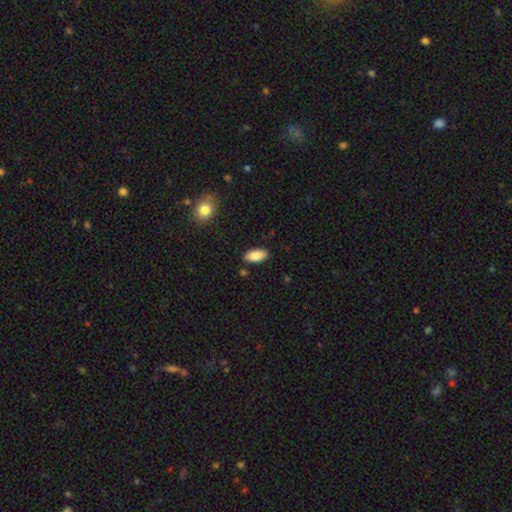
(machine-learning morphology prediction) The model was most divided on "merging": none: 87%, minor disturbance: 9%, major disturbance: 2%, merger: 2%. More confident: how rounded — in between (92%); smooth or featured — smooth (88%).